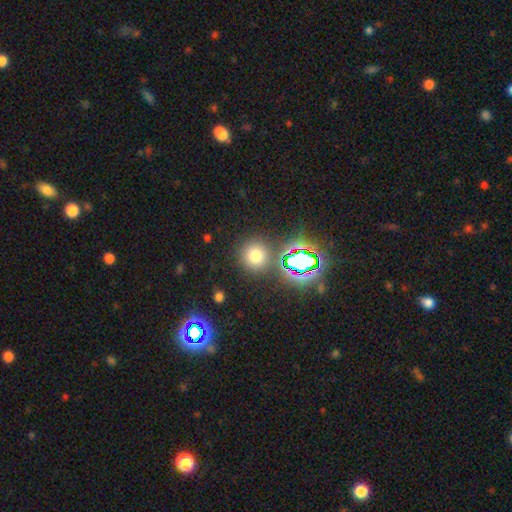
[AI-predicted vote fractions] A smooth galaxy with no disk features (66%) that is round (93%).

Vote fractions:
- Smooth or featured? smooth: 66% / star or artifact: 26% / featured or disk: 8%
- How rounded? round: 93% / in between: 6% / cigar-shaped: 1%
- Merging? none: 82% / minor disturbance: 7% / merger: 7% / major disturbance: 3%